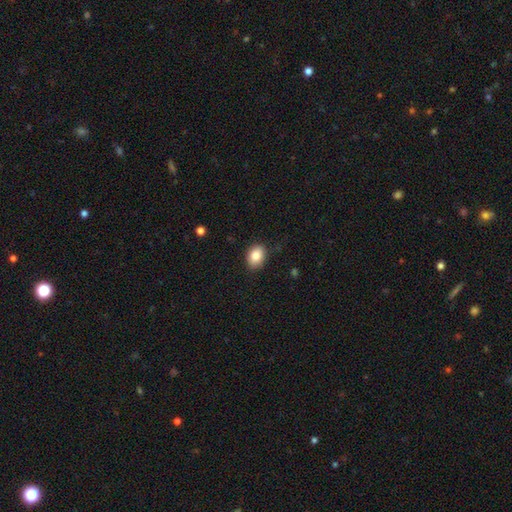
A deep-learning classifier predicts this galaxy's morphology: A smooth galaxy with no disk features (84%) that is in between round and cigar-shaped (71%).

Vote fractions:
- Smooth or featured? smooth: 84% / star or artifact: 8% / featured or disk: 7%
- How rounded? in between: 71% / round: 28% / cigar-shaped: 1%
- Merging? none: 87% / minor disturbance: 10% / major disturbance: 2% / merger: 1%